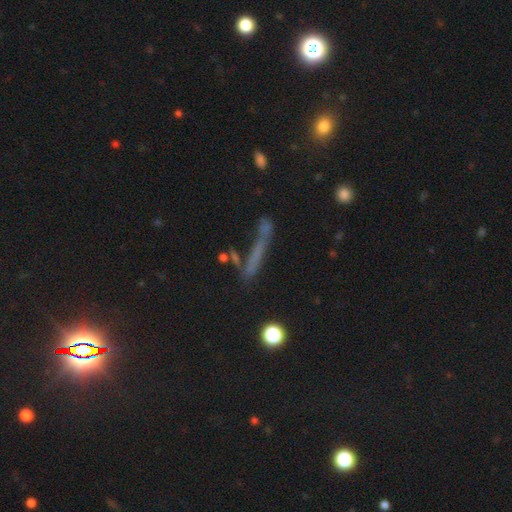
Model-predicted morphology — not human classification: Smooth or featured? smooth (46%)
Merging? none (66%)